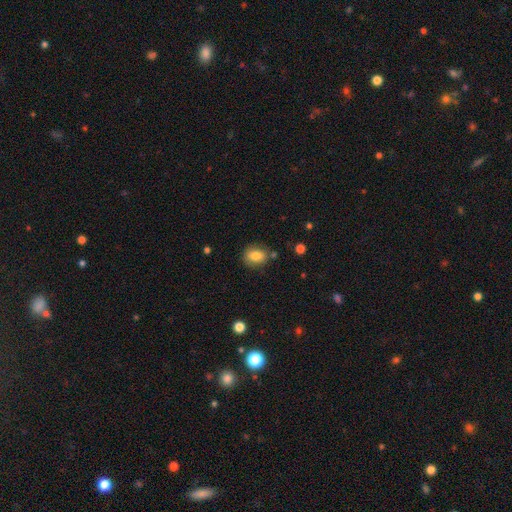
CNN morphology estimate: A smooth galaxy with no disk features (81%) that is in between round and cigar-shaped (57%). Merging: none (76%).